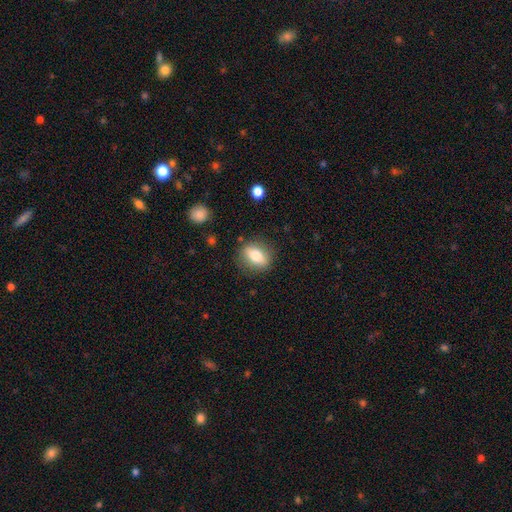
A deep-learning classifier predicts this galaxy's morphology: A smooth galaxy with no disk features (72%) that is in between round and cigar-shaped (64%).

Vote fractions:
- Smooth or featured? smooth: 72% / featured or disk: 20% / star or artifact: 8%
- How rounded? in between: 64% / round: 31% / cigar-shaped: 5%
- Merging? none: 84% / minor disturbance: 11% / major disturbance: 3% / merger: 1%